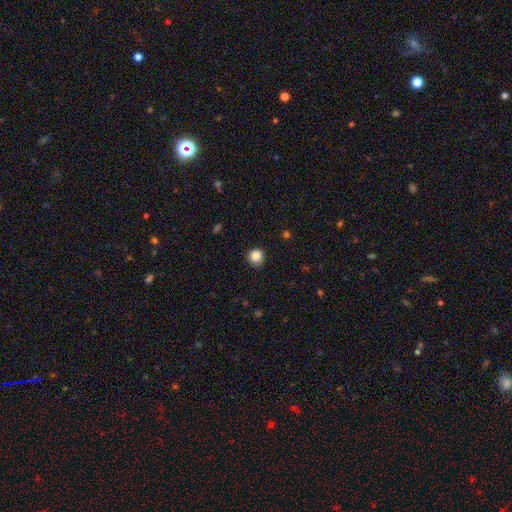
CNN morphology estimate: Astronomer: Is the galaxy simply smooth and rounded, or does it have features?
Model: smooth — 85%.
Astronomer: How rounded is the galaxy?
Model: round — 95%.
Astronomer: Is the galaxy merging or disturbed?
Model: none — 92%.